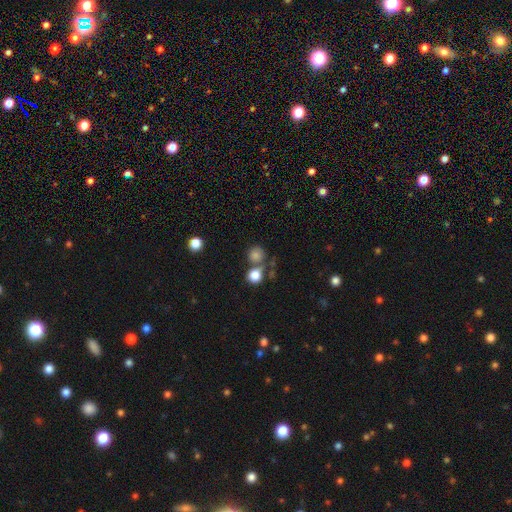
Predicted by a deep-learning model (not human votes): Morphology: type=smooth (77%); roundness=round (89%); merging=none (64%).